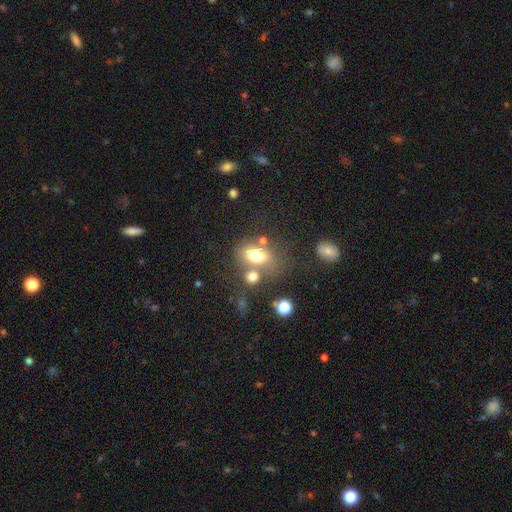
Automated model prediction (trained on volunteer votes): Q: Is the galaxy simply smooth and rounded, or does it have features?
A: smooth — 70%.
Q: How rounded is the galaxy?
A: in between — 73%.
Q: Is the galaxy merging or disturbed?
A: none — 46%.